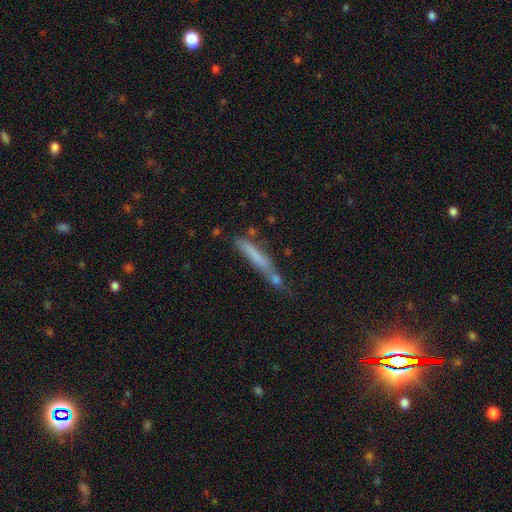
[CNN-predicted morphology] A smooth galaxy with no disk features (61%) that is cigar-shaped (93%). Merging: none (49%).